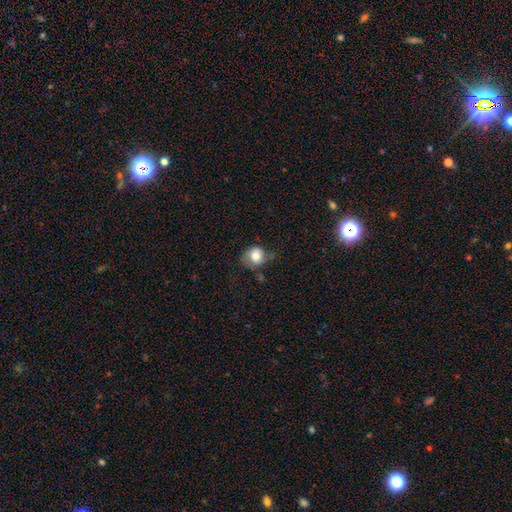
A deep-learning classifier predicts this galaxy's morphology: A smooth galaxy with no disk features (78%) that is round (69%).

Vote fractions:
- Smooth or featured? smooth: 78% / featured or disk: 13% / star or artifact: 9%
- How rounded? round: 69% / in between: 30% / cigar-shaped: 1%
- Merging? none: 52% / minor disturbance: 32% / major disturbance: 12% / merger: 4%